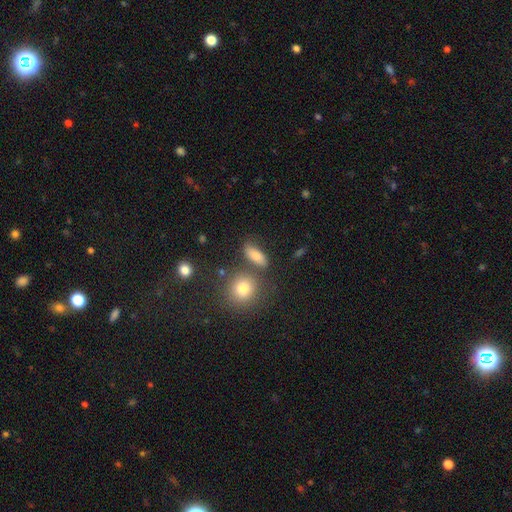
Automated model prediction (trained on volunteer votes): smooth 78%, star or artifact 11%, featured or disk 11%. Down the decision tree: how rounded — in between (66%); merging — none (69%).